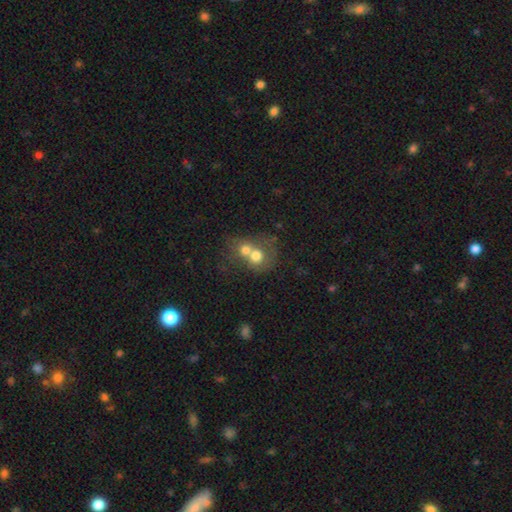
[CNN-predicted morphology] Smooth or featured: smooth — 66% (featured or disk — 24%)
How rounded: round — 72% (in between — 27%)
Merging: merger — 71% (none — 20%)